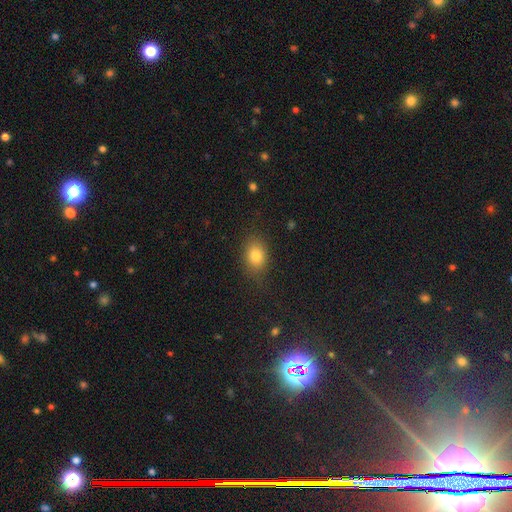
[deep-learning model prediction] Overall: smooth (81%). How rounded: in between (62%; round 36%). Merging: none (78%).